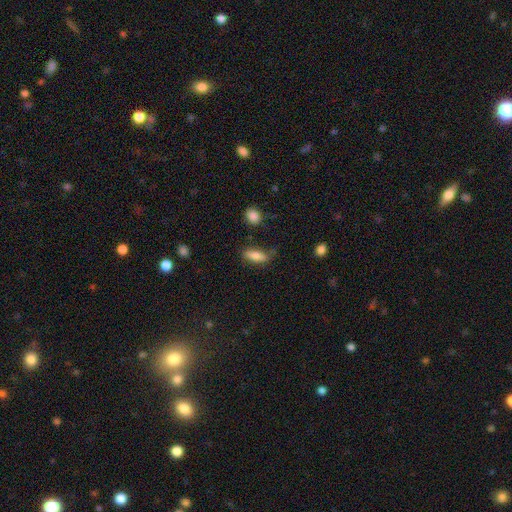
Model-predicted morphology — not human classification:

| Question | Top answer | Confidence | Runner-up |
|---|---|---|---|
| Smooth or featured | smooth | 81% | featured or disk (12%) |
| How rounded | in between | 71% | cigar-shaped (26%) |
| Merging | none | 71% | minor disturbance (20%) |